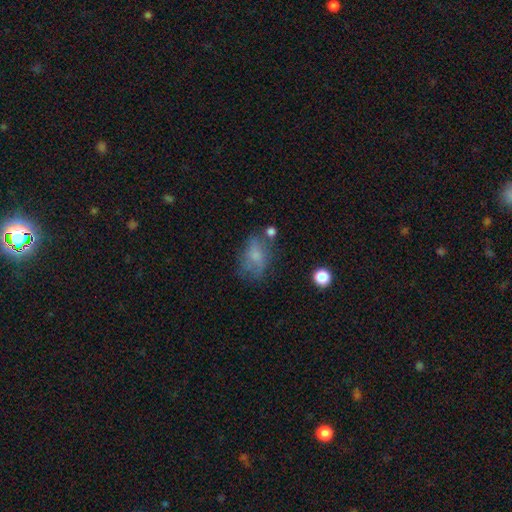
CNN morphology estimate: Q: Smooth or featured?
A: smooth (58%); runner-up: featured or disk (29%)
Q: How rounded?
A: in between (81%); runner-up: round (16%)
Q: Merging?
A: none (47%); runner-up: minor disturbance (27%)